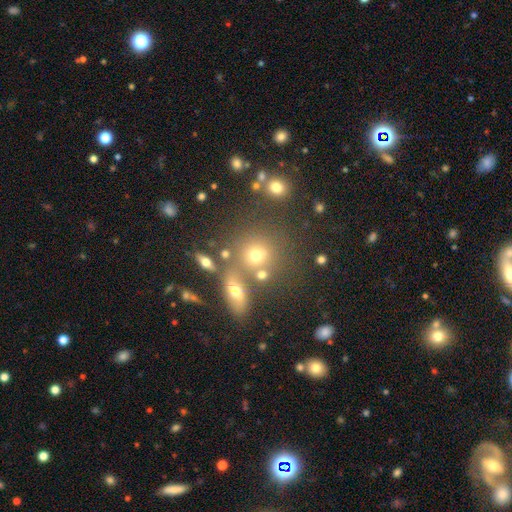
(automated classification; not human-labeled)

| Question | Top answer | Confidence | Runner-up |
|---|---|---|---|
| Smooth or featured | smooth | 66% | star or artifact (18%) |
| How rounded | round | 76% | in between (21%) |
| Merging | none | 59% | merger (24%) |